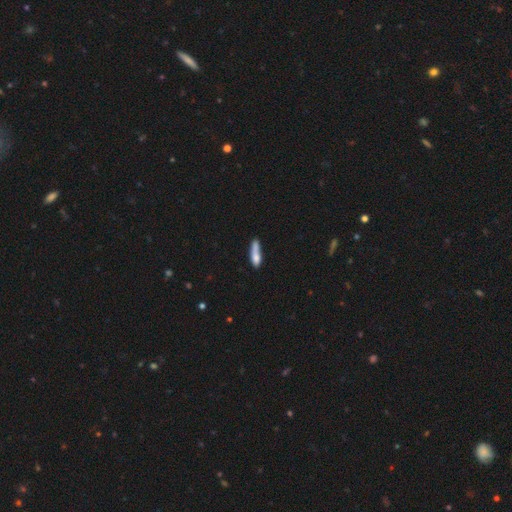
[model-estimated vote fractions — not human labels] Q: Smooth or featured?
A: smooth (72%); runner-up: featured or disk (21%)
Q: How rounded?
A: cigar-shaped (69%); runner-up: in between (28%)
Q: Merging?
A: none (42%); runner-up: minor disturbance (27%)